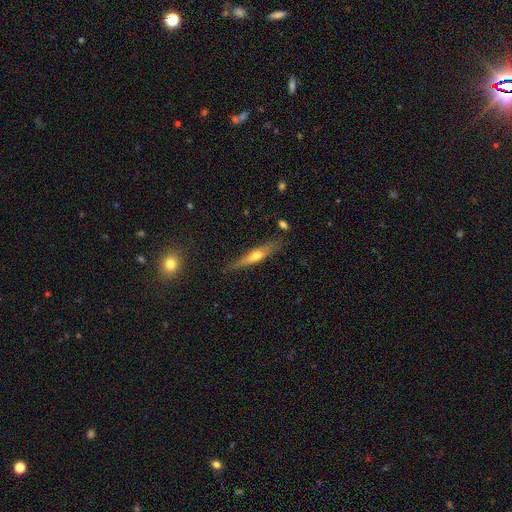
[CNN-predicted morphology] This appears to be a featured or disk galaxy (56%) viewed edge-on (91%) with a rounded central bulge (85%). Merging: none (79%).